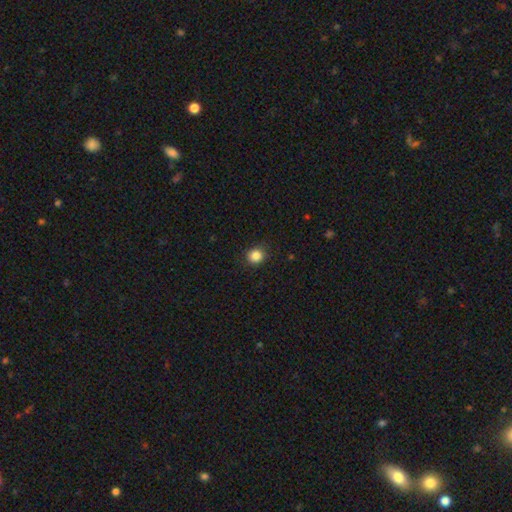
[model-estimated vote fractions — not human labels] The model was most divided on "smooth or featured": smooth: 86%, star or artifact: 11%, featured or disk: 3%. More confident: merging — none (89%); how rounded — round (87%).